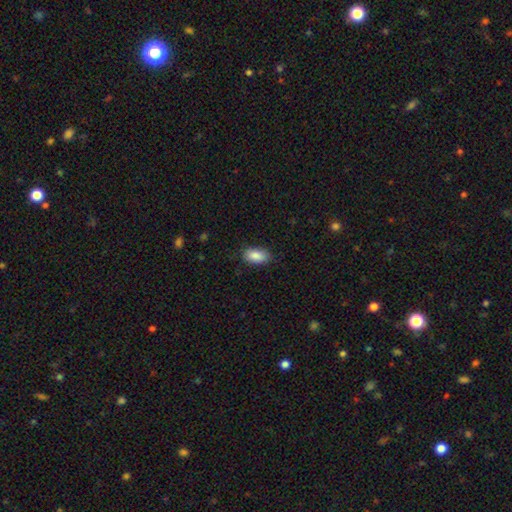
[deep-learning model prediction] The model was most divided on "merging": none: 84%, minor disturbance: 12%, major disturbance: 3%, merger: 1%. More confident: how rounded — in between (93%); smooth or featured — smooth (88%).